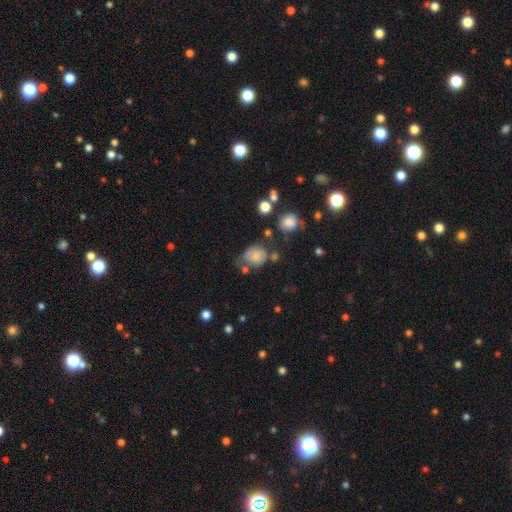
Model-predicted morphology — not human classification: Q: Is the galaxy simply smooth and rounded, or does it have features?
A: smooth — 68%.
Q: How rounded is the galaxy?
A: round — 56%.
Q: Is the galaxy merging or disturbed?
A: none — 42%.